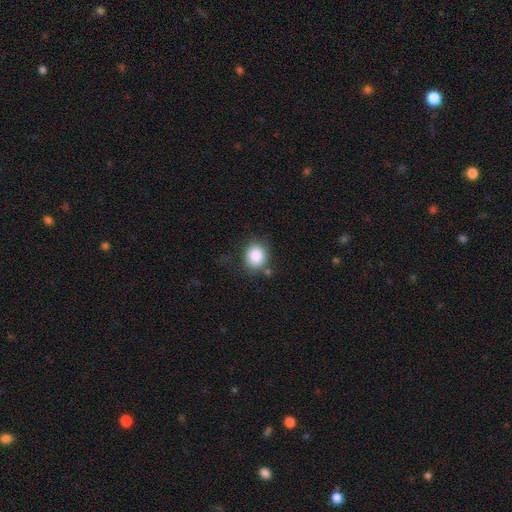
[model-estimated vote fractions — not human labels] Smooth or featured?
  - smooth: 86% *
  - star or artifact: 8%
  - featured or disk: 5%
How rounded?
  - round: 68% *
  - in between: 31%
  - cigar-shaped: 1%
Merging?
  - none: 71% *
  - minor disturbance: 17%
  - major disturbance: 7%
  - merger: 5%